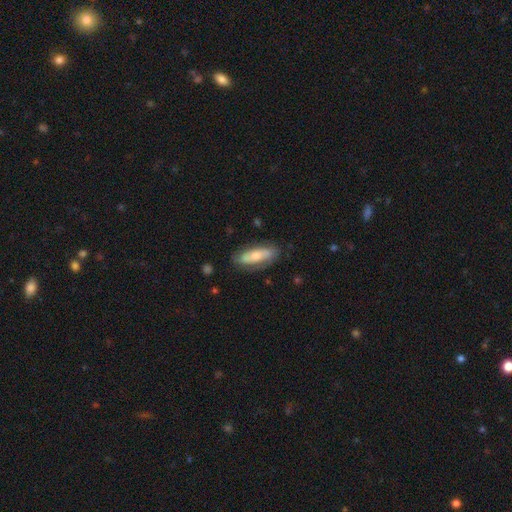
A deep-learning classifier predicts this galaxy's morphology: Overall: smooth (56%; featured or disk 39%). How rounded: in between (67%; cigar-shaped 30%). Merging: none (76%).